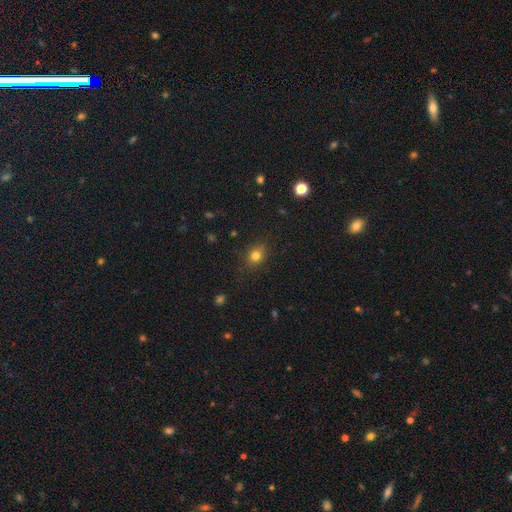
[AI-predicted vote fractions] Smooth or featured: smooth — 79% (star or artifact — 14%)
How rounded: round — 62% (in between — 37%)
Merging: none — 84% (minor disturbance — 12%)